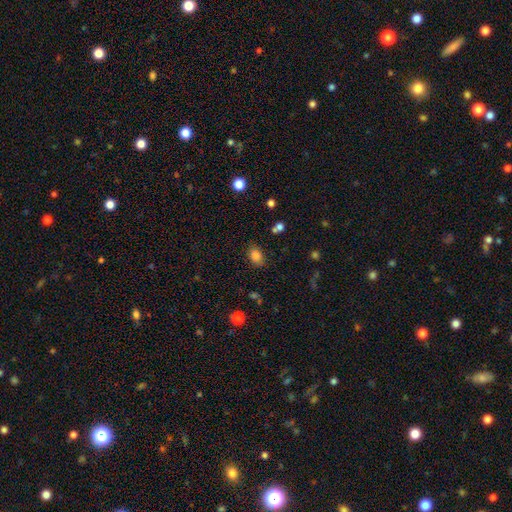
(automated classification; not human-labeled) Overall: smooth (83%). How rounded: in between (77%). Merging: none (80%).